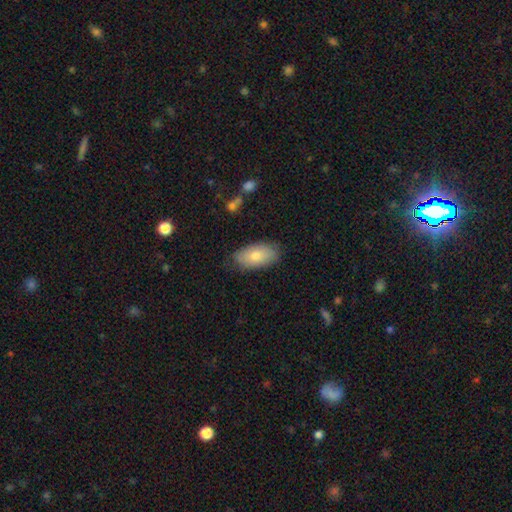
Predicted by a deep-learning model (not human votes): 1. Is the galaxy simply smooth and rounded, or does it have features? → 75% smooth, 18% featured or disk, 7% star or artifact.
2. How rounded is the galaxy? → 93% in between, 4% round, 3% cigar-shaped.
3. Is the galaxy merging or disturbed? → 81% none, 15% minor disturbance, 3% major disturbance, 1% merger.